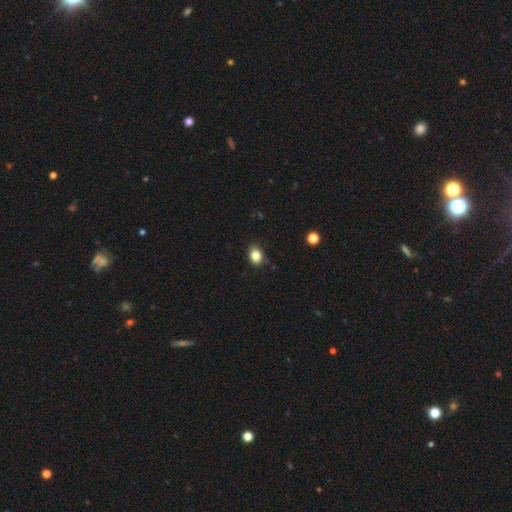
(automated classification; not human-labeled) Morphology: type=smooth (84%); roundness=in between (62%); merging=none (85%).